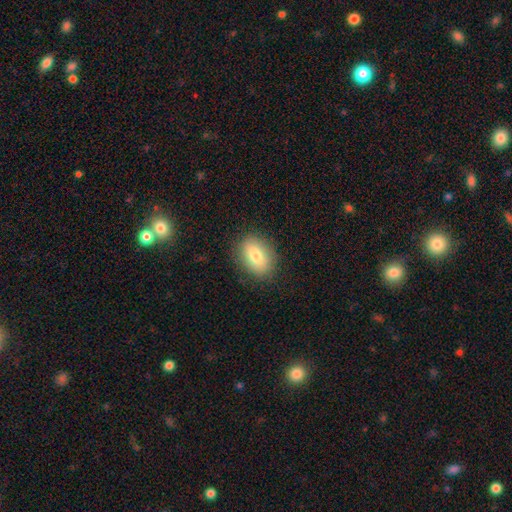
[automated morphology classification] Smooth or featured: smooth — 79% (featured or disk — 13%)
How rounded: in between — 79% (round — 19%)
Merging: none — 86% (minor disturbance — 10%)